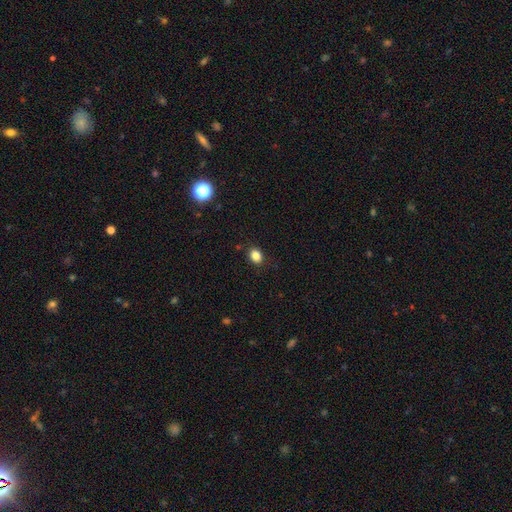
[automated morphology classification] Smooth or featured: smooth — 84% (star or artifact — 12%)
How rounded: in between — 55% (round — 44%)
Merging: none — 86% (minor disturbance — 10%)